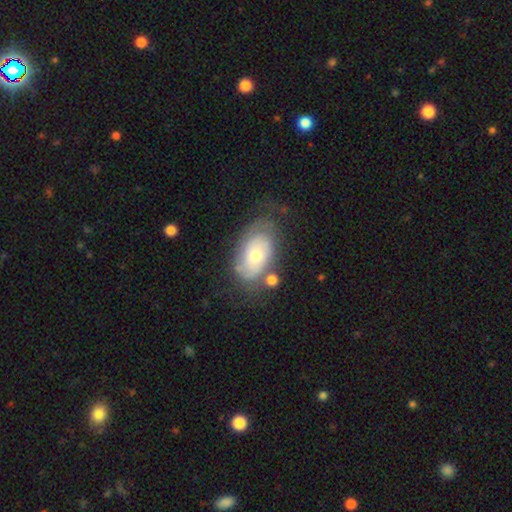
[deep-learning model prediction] The model was most divided on "bulge size": moderate: 55%, small: 40%, large: 3%, dominant: 1%, none: 1%. More confident: edge-on disk — no (93%); bar — no (84%); spiral arms — yes (69%); smooth or featured — featured or disk (60%); merging — none (58%).